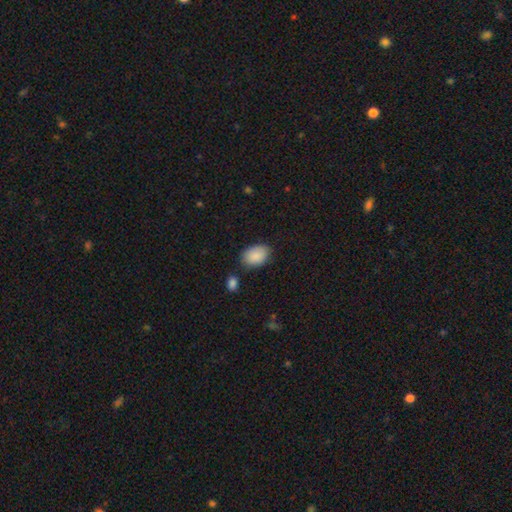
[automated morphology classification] A smooth galaxy with no disk features (90%) that is in between round and cigar-shaped (88%). Merging: none (79%).